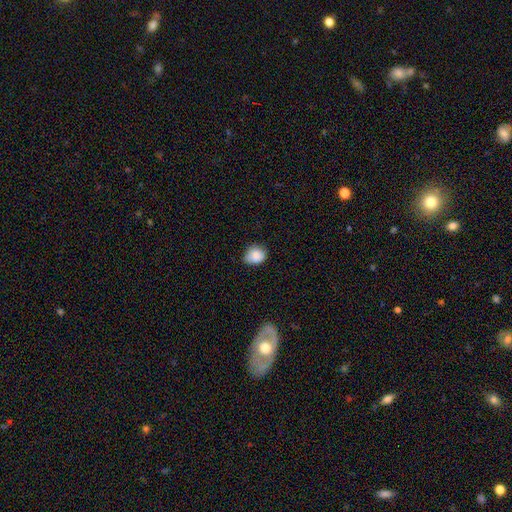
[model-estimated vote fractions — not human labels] smooth_or_featured: smooth (p=0.83) [alt: star or artifact p=0.08]
how_rounded: round (p=0.58) [alt: in between p=0.41]
merging: none (p=0.65) [alt: minor disturbance p=0.29]